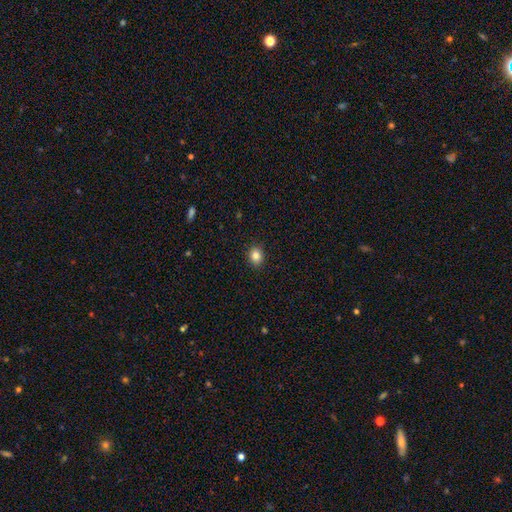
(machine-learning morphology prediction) Smooth or featured? Predicted: smooth (p=0.84). How rounded? Predicted: round (p=0.57). Merging? Predicted: none (p=0.90).